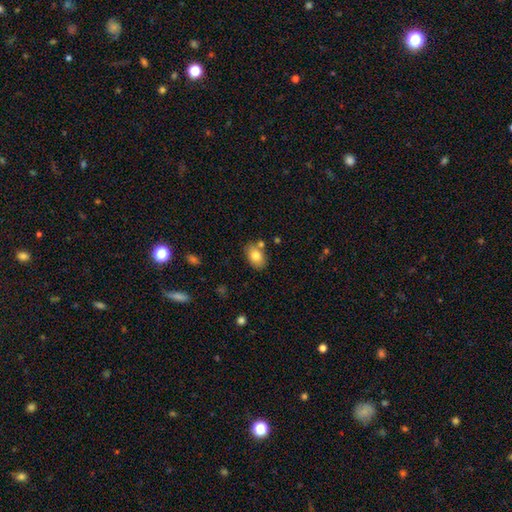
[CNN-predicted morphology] Overall: smooth (78%). How rounded: in between (84%). Merging: none (73%).